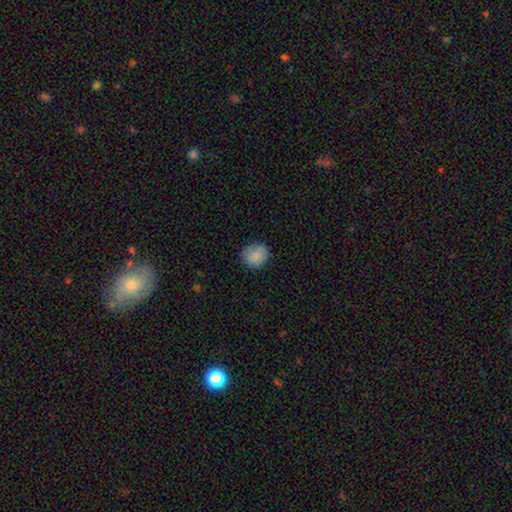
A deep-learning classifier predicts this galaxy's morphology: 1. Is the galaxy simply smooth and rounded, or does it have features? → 86% smooth, 8% star or artifact, 6% featured or disk.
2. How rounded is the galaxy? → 69% round, 30% in between, 1% cigar-shaped.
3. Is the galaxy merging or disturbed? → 82% none, 14% minor disturbance, 3% major disturbance, 1% merger.